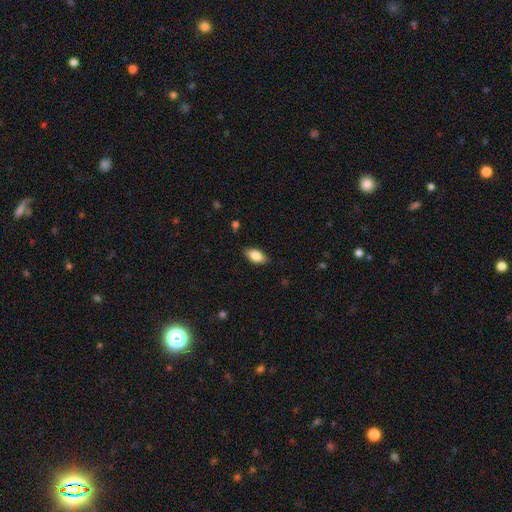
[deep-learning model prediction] Smooth or featured? Predicted: smooth (p=0.80). How rounded? Predicted: in between (p=0.90). Merging? Predicted: none (p=0.85).